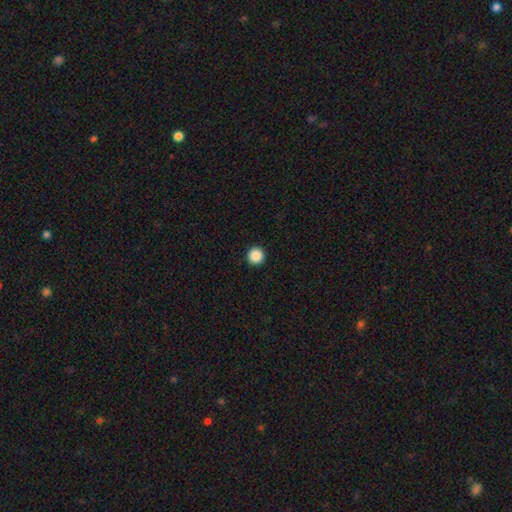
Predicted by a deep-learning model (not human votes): smooth-or-featured: smooth: 88% | star or artifact: 9% | featured or disk: 2%
  how-rounded: round: 96% | in between: 3% | cigar-shaped: 1%
  merging: none: 94% | minor disturbance: 4% | major disturbance: 1% | merger: 1%